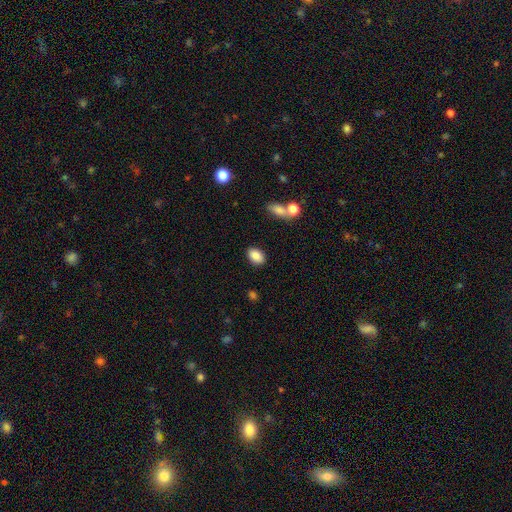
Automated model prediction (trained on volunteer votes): smooth_or_featured: smooth (p=0.87) [alt: star or artifact p=0.08]
how_rounded: in between (p=0.84) [alt: round p=0.15]
merging: none (p=0.86) [alt: minor disturbance p=0.09]